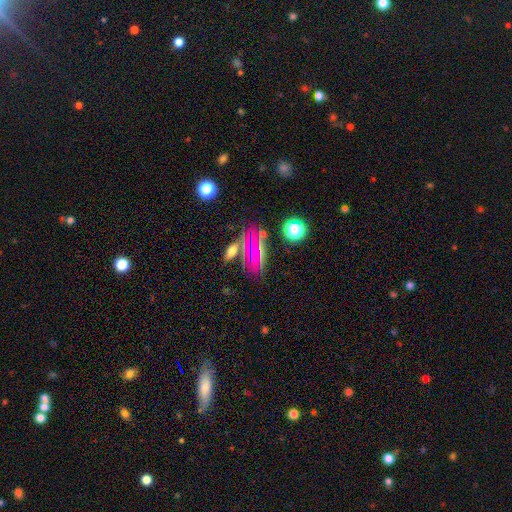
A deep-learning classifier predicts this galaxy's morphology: This is possibly a smooth galaxy (46%). Merging: likely none (63%).